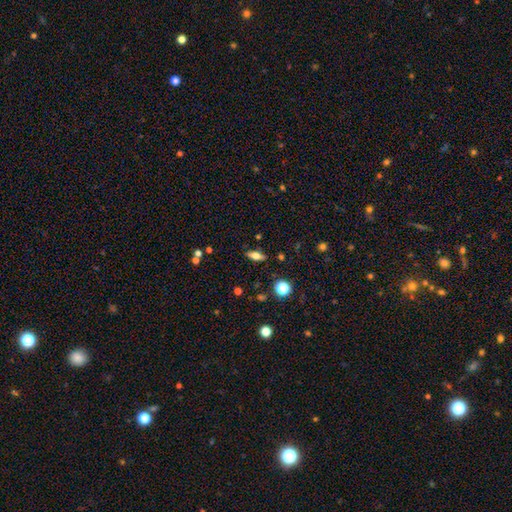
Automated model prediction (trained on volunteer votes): Smooth or featured: smooth — 57% (featured or disk — 32%)
How rounded: in between — 71% (cigar-shaped — 22%)
Merging: none — 86% (minor disturbance — 10%)